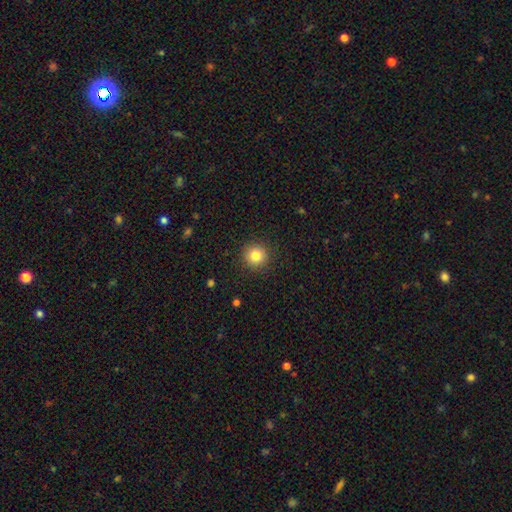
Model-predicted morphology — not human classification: The model was most divided on "smooth or featured": smooth: 83%, star or artifact: 11%, featured or disk: 6%. More confident: how rounded — round (95%); merging — none (91%).